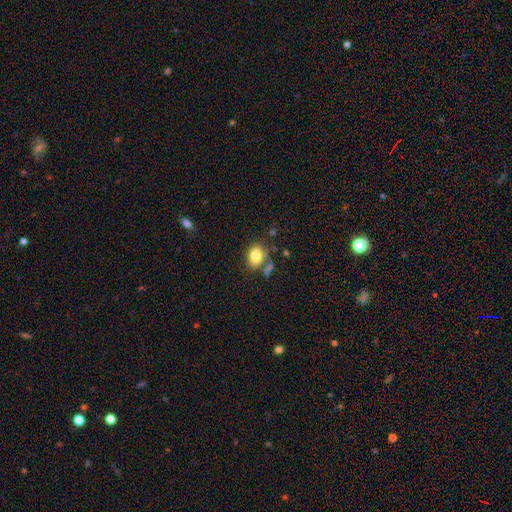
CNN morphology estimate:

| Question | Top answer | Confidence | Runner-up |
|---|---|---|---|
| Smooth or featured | smooth | 82% | star or artifact (9%) |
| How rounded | in between | 71% | round (28%) |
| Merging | none | 61% | minor disturbance (18%) |